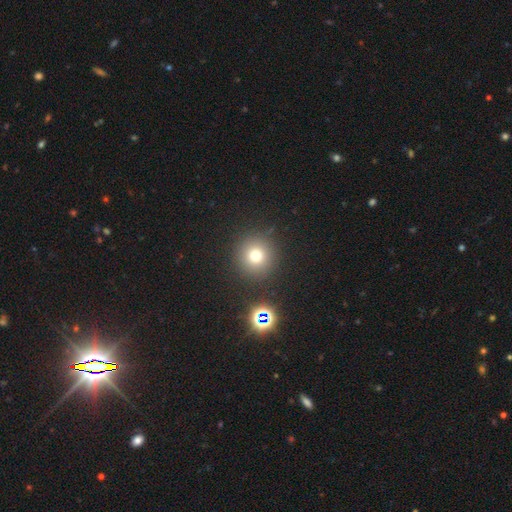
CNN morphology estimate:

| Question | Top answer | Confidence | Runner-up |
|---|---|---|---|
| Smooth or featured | smooth | 71% | star or artifact (20%) |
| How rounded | round | 94% | in between (5%) |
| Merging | none | 88% | minor disturbance (6%) |